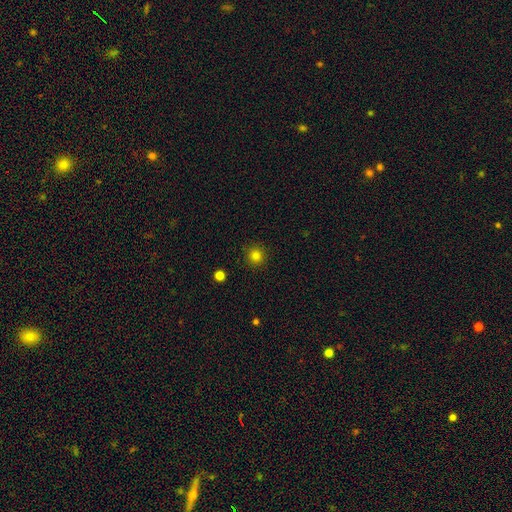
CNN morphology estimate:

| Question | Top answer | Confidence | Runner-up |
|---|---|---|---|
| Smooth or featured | smooth | 82% | star or artifact (14%) |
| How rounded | round | 94% | in between (5%) |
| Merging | none | 91% | minor disturbance (6%) |